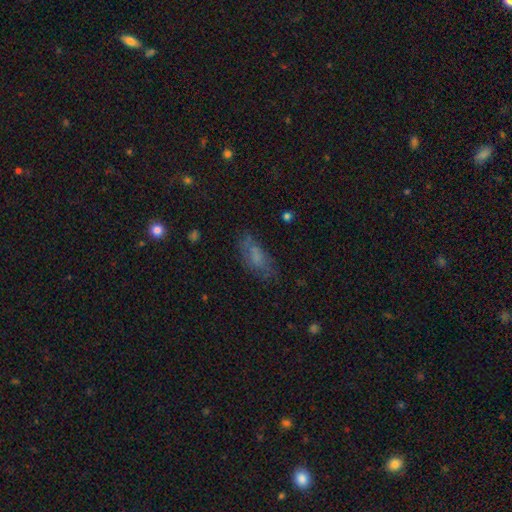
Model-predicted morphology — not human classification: smooth_or_featured: smooth (p=0.62) [alt: featured or disk p=0.25]
how_rounded: in between (p=0.76) [alt: cigar-shaped p=0.21]
merging: none (p=0.59) [alt: minor disturbance p=0.25]